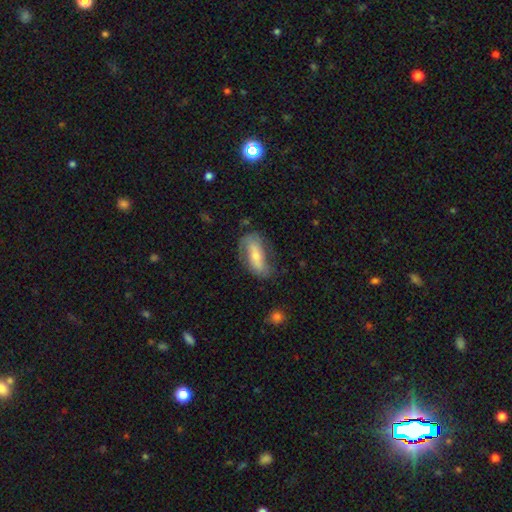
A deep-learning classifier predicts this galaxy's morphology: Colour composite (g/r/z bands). It shows a featured or disk galaxy (54%). Merging: none (62%).